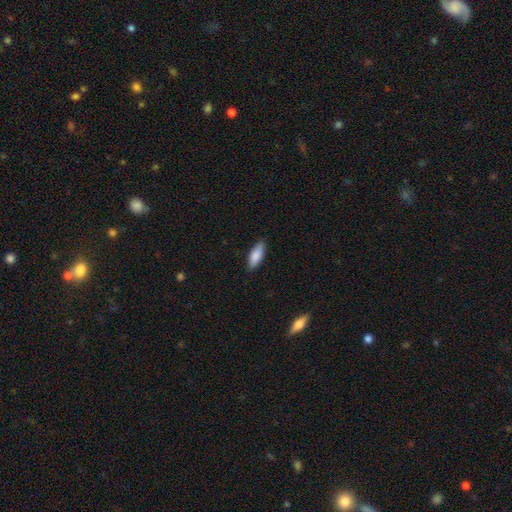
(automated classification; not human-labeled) Smooth or featured? smooth (84%)
How rounded? in between (64%)
Merging? none (85%)